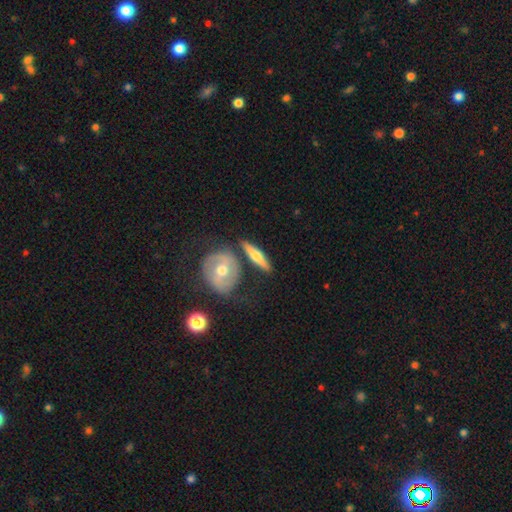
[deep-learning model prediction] This appears to be a featured or disk galaxy (51%) viewed edge-on (82%). Merging: none (75%).